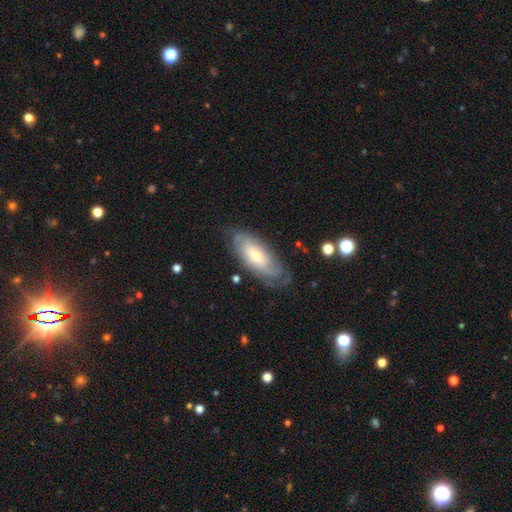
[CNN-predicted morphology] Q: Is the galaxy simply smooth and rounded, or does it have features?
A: featured or disk — 51%.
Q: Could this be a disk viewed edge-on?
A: no — 84%.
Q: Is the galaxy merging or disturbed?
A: none — 69%.